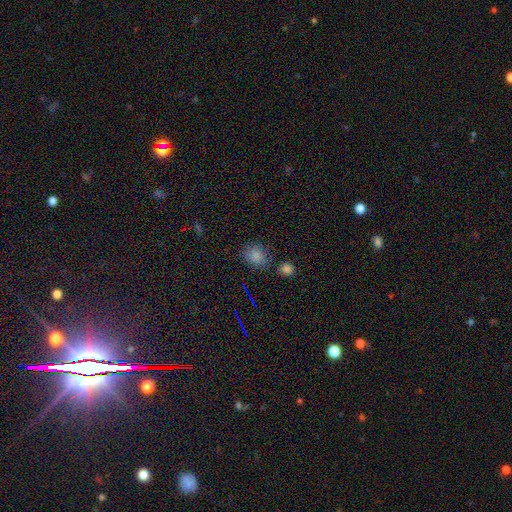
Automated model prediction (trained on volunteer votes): This appears to be a smooth galaxy with no disk features (77%) that is round (65%). Merging: none (76%).